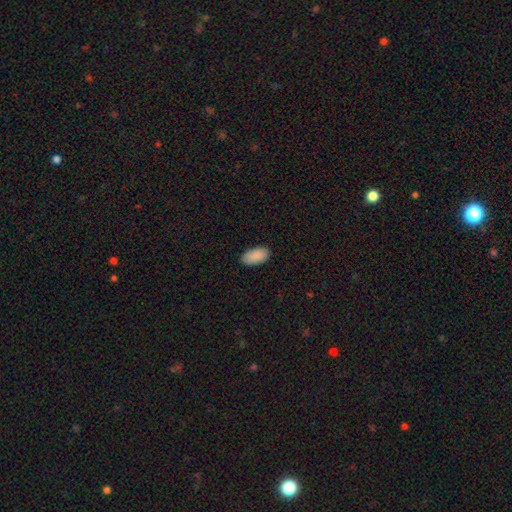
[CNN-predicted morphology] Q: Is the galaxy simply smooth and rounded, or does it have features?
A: smooth — 89%.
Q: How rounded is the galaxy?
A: in between — 95%.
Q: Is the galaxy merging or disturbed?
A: none — 85%.